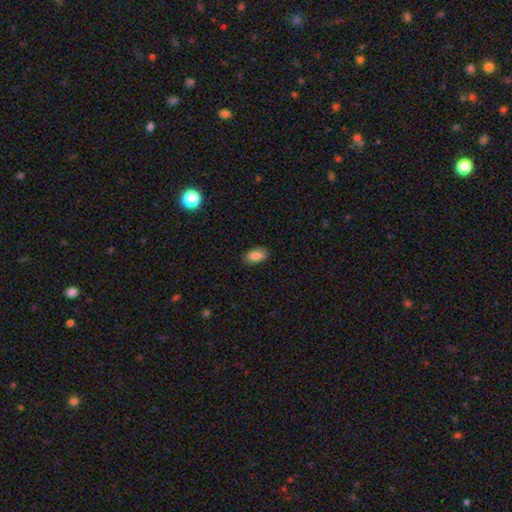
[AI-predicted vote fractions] A smooth galaxy with no disk features (83%) that is in between round and cigar-shaped (91%).

Vote fractions:
- Smooth or featured? smooth: 83% / star or artifact: 8% / featured or disk: 8%
- How rounded? in between: 91% / round: 5% / cigar-shaped: 3%
- Merging? none: 85% / minor disturbance: 12% / major disturbance: 2% / merger: 1%